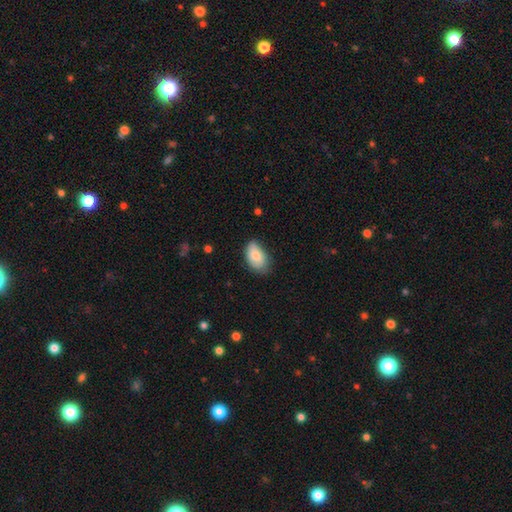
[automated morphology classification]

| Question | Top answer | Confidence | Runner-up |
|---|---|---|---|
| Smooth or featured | smooth | 81% | featured or disk (12%) |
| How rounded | in between | 93% | round (6%) |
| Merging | none | 66% | minor disturbance (28%) |